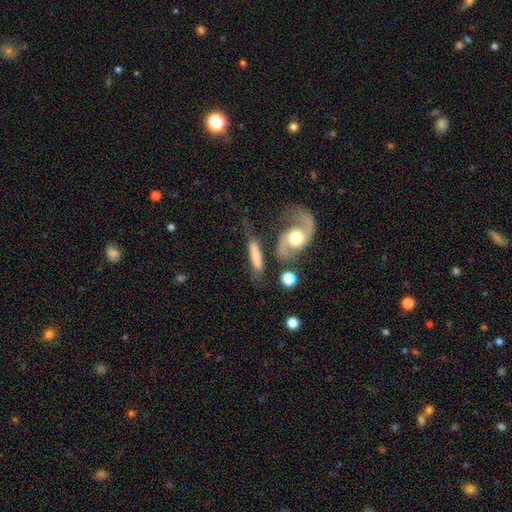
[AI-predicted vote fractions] Q: Smooth or featured?
A: smooth (53%); runner-up: featured or disk (40%)
Q: How rounded?
A: cigar-shaped (68%); runner-up: in between (27%)
Q: Merging?
A: none (52%); runner-up: minor disturbance (19%)